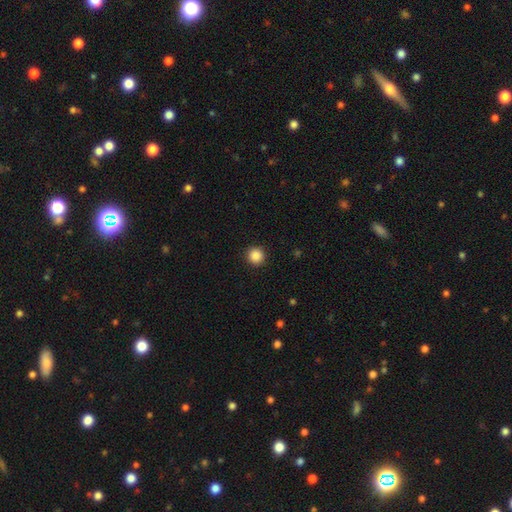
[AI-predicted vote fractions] A smooth galaxy with no disk features (88%) that is round (94%). Merging: none (92%).